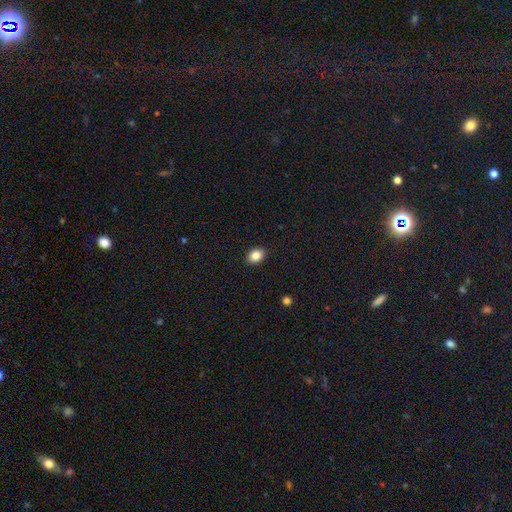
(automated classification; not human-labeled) smooth-or-featured: smooth: 85% | star or artifact: 9% | featured or disk: 6%
  how-rounded: in between: 71% | round: 28% | cigar-shaped: 1%
  merging: none: 90% | minor disturbance: 7% | major disturbance: 2% | merger: 1%